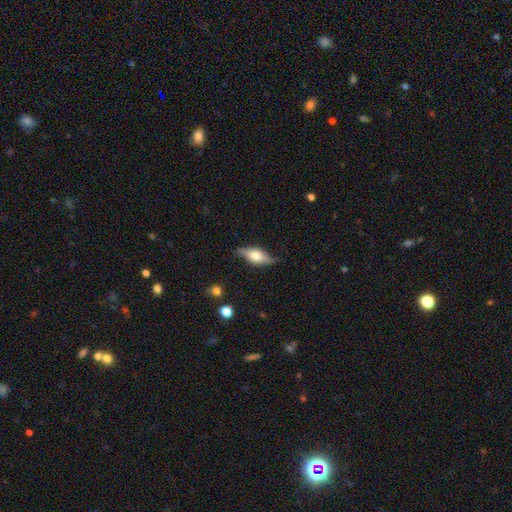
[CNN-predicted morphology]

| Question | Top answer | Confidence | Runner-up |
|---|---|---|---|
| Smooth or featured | featured or disk | 54% | smooth (39%) |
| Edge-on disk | yes | 81% | no (19%) |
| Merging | none | 72% | minor disturbance (21%) |